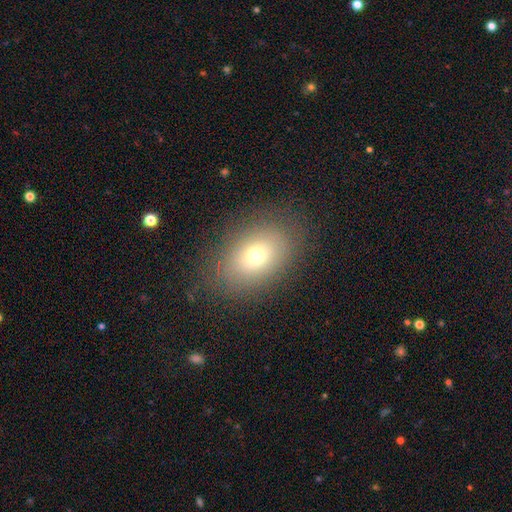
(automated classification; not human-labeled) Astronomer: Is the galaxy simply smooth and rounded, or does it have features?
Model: smooth — 70%.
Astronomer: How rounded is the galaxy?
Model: in between — 74%.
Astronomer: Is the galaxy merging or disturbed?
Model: none — 83%.